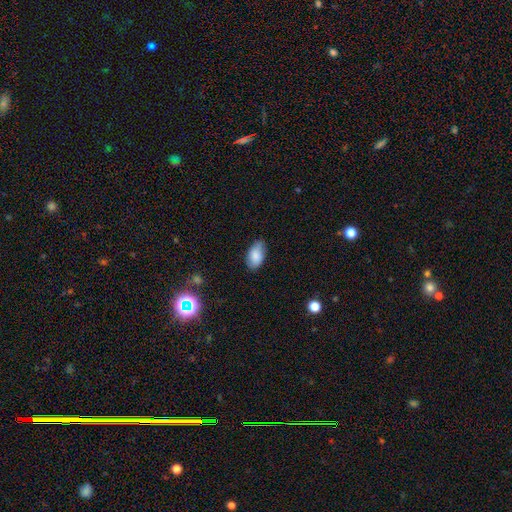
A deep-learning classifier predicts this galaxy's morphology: Smooth or featured? smooth (83%)
How rounded? in between (93%)
Merging? none (71%)